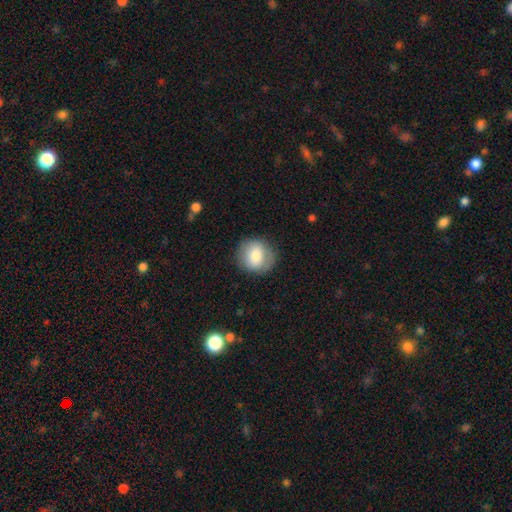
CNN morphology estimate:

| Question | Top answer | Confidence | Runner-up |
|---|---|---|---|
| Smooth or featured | smooth | 73% | featured or disk (19%) |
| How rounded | round | 83% | in between (15%) |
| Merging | none | 84% | minor disturbance (11%) |